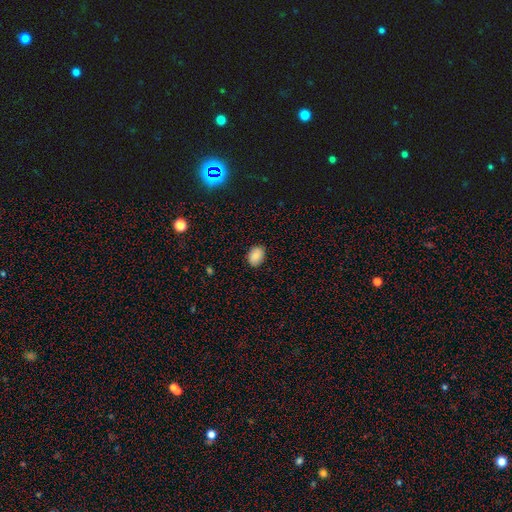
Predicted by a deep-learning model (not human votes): Morphology: type=smooth (86%); roundness=in between (73%); merging=none (86%).